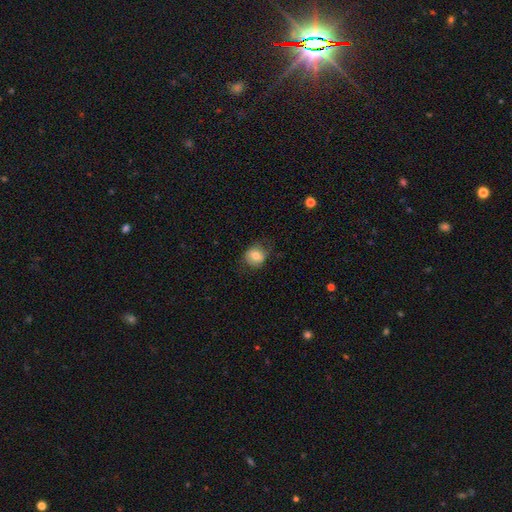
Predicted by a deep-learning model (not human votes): Overall: smooth (74%). How rounded: round (78%). Merging: none (74%).